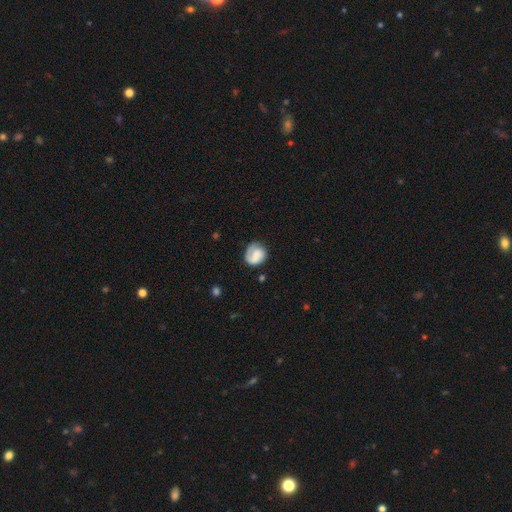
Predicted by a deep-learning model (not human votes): smooth-or-featured: smooth: 52% | featured or disk: 40% | star or artifact: 7%
  how-rounded: round: 70% | in between: 29% | cigar-shaped: 1%
  merging: none: 59% | minor disturbance: 23% | major disturbance: 16% | merger: 3%